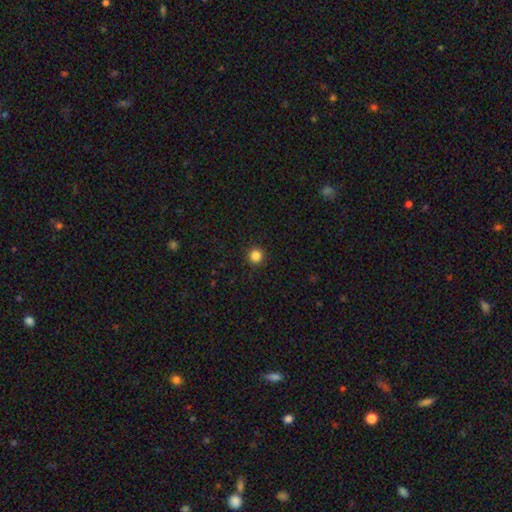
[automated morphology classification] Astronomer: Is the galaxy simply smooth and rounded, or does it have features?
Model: smooth — 85%.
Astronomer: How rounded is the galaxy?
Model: round — 96%.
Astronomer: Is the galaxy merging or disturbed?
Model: none — 93%.